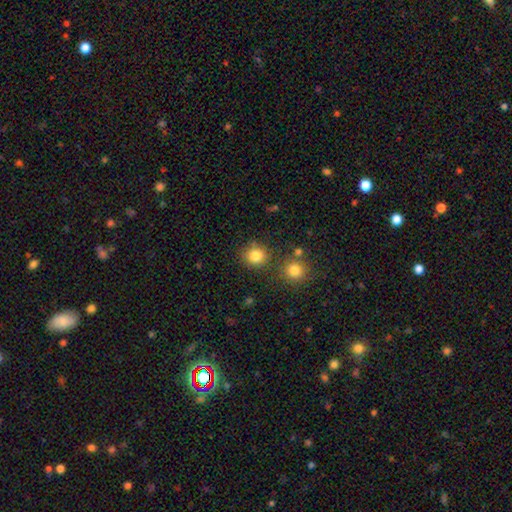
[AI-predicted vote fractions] Smooth or featured?
  - smooth: 83% *
  - star or artifact: 12%
  - featured or disk: 6%
How rounded?
  - round: 85% *
  - in between: 14%
  - cigar-shaped: 1%
Merging?
  - none: 79% *
  - minor disturbance: 9%
  - merger: 8%
  - major disturbance: 3%